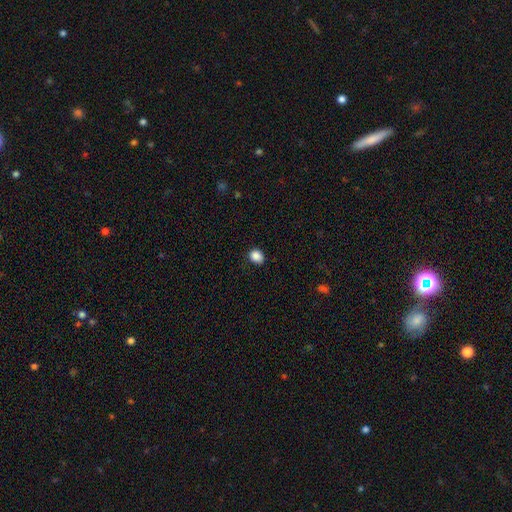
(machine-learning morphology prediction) smooth-or-featured: smooth: 87% | star or artifact: 10% | featured or disk: 3%
  how-rounded: round: 52% | in between: 47% | cigar-shaped: 1%
  merging: none: 82% | minor disturbance: 14% | major disturbance: 3% | merger: 1%